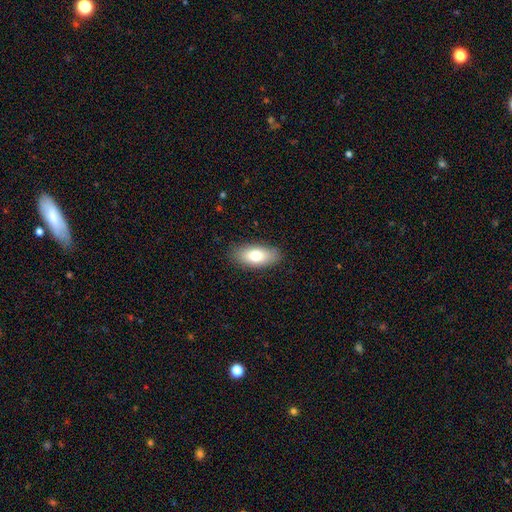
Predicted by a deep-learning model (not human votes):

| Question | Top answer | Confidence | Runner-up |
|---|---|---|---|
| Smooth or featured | smooth | 75% | featured or disk (18%) |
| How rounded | in between | 88% | cigar-shaped (9%) |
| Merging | none | 87% | minor disturbance (10%) |